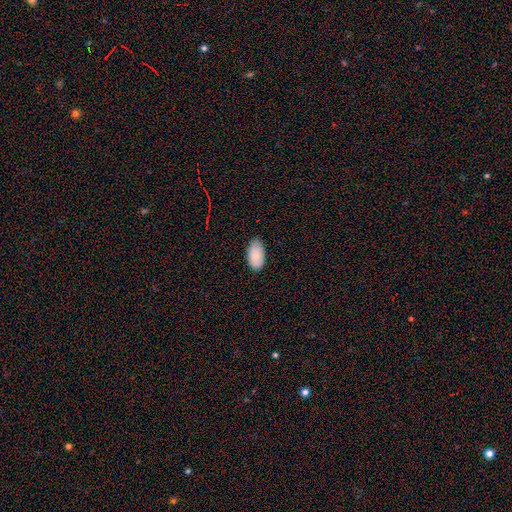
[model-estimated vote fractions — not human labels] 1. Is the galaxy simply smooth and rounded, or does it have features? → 85% smooth, 8% featured or disk, 7% star or artifact.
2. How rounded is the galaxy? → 95% in between, 3% round, 2% cigar-shaped.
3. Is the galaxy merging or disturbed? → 79% none, 17% minor disturbance, 3% major disturbance, 1% merger.